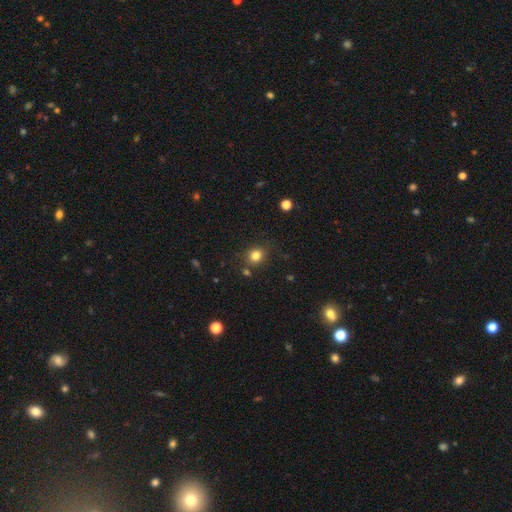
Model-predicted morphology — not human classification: Overall: smooth (81%). How rounded: round (82%). Merging: none (82%).